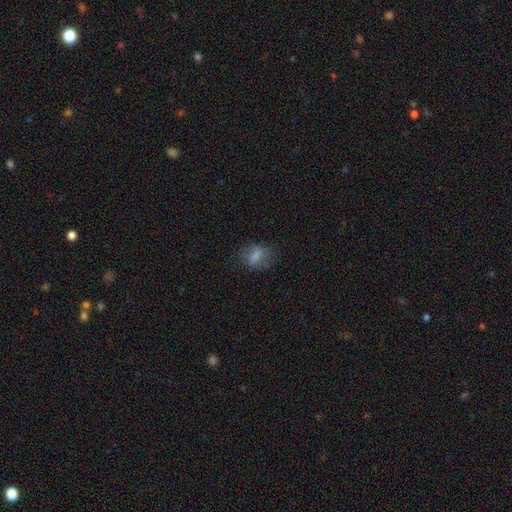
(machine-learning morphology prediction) Overall: smooth (68%). How rounded: in between (68%). Merging: none (69%).